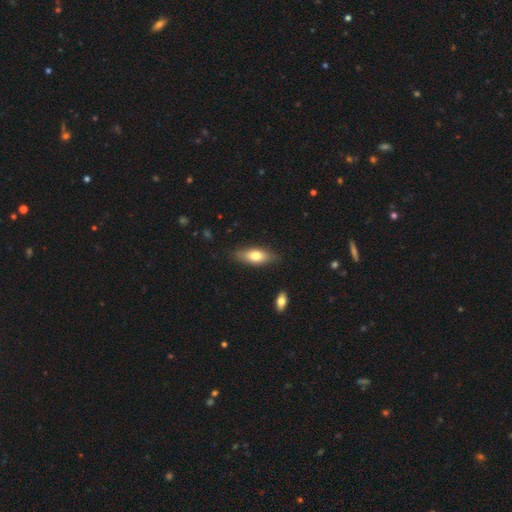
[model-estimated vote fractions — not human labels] A smooth galaxy with no disk features (70%) that is in between round and cigar-shaped (71%).

Vote fractions:
- Smooth or featured? smooth: 70% / featured or disk: 24% / star or artifact: 6%
- How rounded? in between: 71% / cigar-shaped: 25% / round: 3%
- Merging? none: 82% / minor disturbance: 13% / major disturbance: 3% / merger: 2%